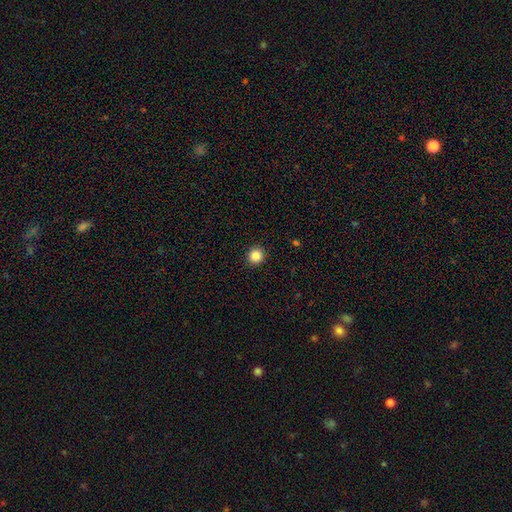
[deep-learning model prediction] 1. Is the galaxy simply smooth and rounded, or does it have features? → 86% smooth, 11% star or artifact, 4% featured or disk.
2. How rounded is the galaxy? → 94% round, 5% in between, 1% cigar-shaped.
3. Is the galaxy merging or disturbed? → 93% none, 5% minor disturbance, 2% major disturbance, 1% merger.